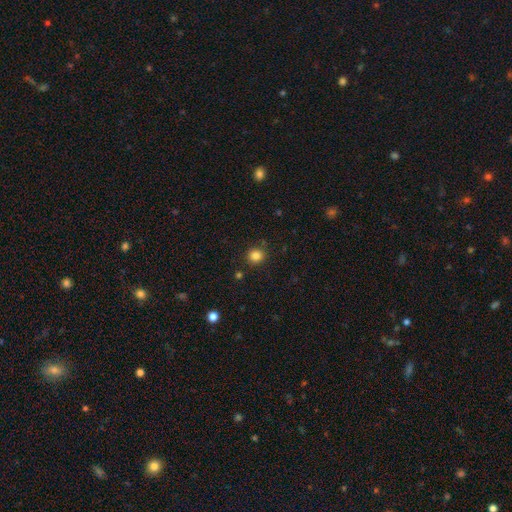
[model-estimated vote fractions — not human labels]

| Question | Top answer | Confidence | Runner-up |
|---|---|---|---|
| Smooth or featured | smooth | 84% | star or artifact (12%) |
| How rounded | round | 86% | in between (13%) |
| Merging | none | 87% | minor disturbance (8%) |